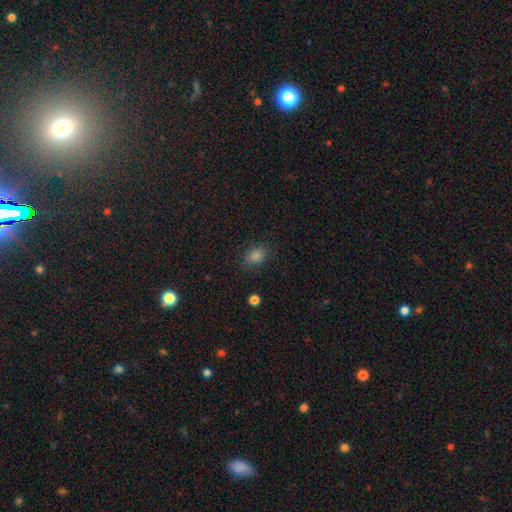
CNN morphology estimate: type=smooth (80%); roundness=in between (65%); merging=none (85%).